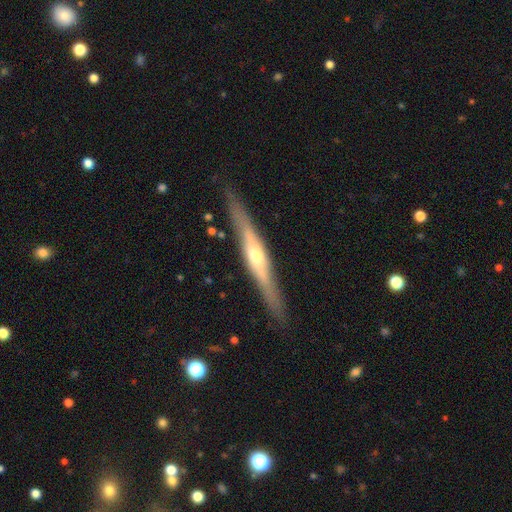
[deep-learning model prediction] Smooth or featured: featured or disk — 71% (smooth — 24%)
Edge-on disk: yes — 94% (no — 6%)
Edge-on bulge: rounded — 81% (none — 11%)
Merging: none — 87% (minor disturbance — 10%)